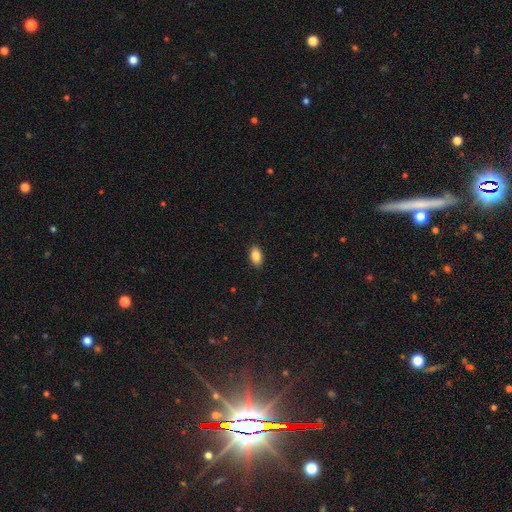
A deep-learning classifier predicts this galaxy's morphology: Smooth or featured?
  - smooth: 87% *
  - star or artifact: 8%
  - featured or disk: 6%
How rounded?
  - in between: 92% *
  - round: 4%
  - cigar-shaped: 4%
Merging?
  - none: 90% *
  - minor disturbance: 8%
  - major disturbance: 2%
  - merger: 1%